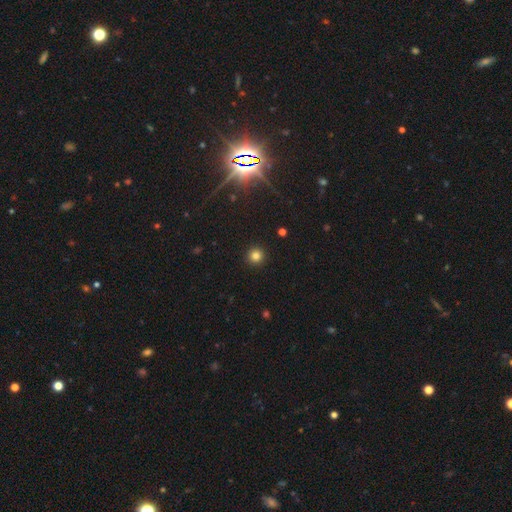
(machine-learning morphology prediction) smooth 81%, star or artifact 14%, featured or disk 5%. Down the decision tree: how rounded — round (95%); merging — none (93%).